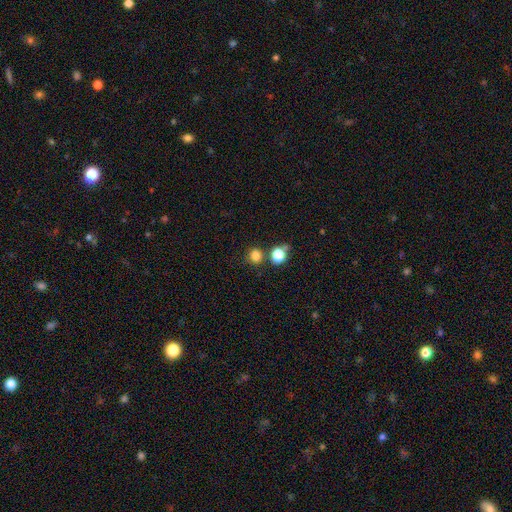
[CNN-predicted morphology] A smooth galaxy with no disk features (81%) that is round (81%).

Vote fractions:
- Smooth or featured? smooth: 81% / star or artifact: 14% / featured or disk: 5%
- How rounded? round: 81% / in between: 18% / cigar-shaped: 1%
- Merging? none: 71% / merger: 17% / minor disturbance: 9% / major disturbance: 3%